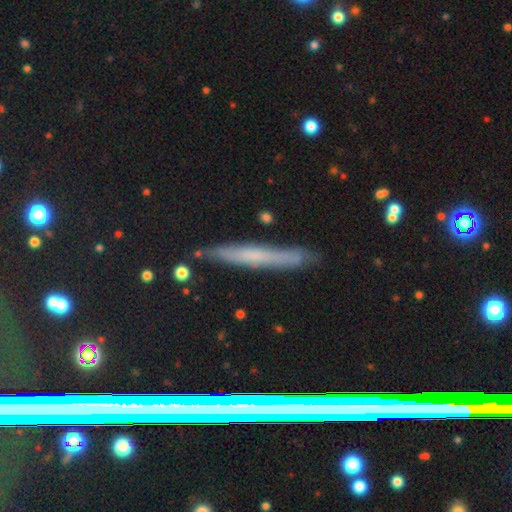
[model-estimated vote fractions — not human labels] Morphology: type=smooth (43%); merging=none (81%).